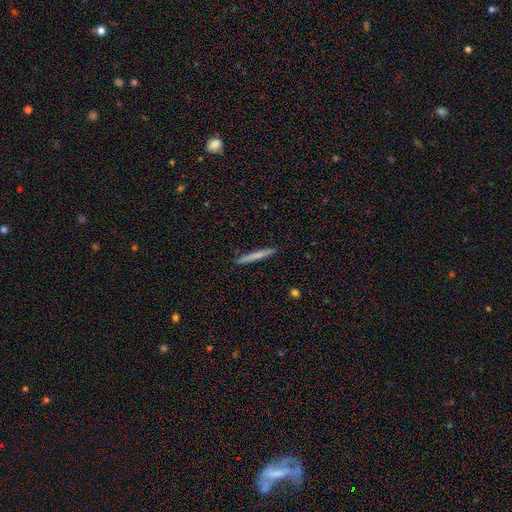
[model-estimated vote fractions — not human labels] Q: Smooth or featured?
A: smooth (68%); runner-up: featured or disk (26%)
Q: How rounded?
A: cigar-shaped (97%); runner-up: in between (2%)
Q: Merging?
A: none (92%); runner-up: minor disturbance (6%)